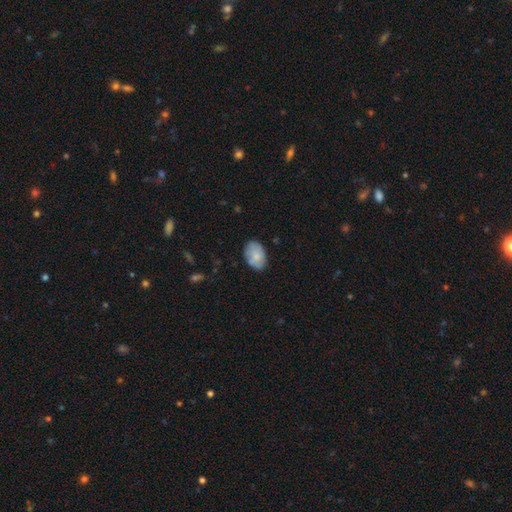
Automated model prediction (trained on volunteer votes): A smooth galaxy with no disk features (77%) that is in between round and cigar-shaped (88%). Merging: none (78%).